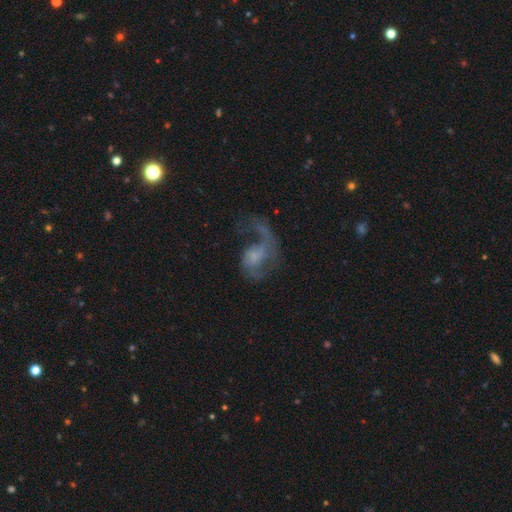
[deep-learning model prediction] smooth-or-featured: featured or disk: 71% | smooth: 20% | star or artifact: 10%
  disk-edge-on: no: 98% | yes: 2%
    bar: no: 63% | weak: 31% | strong: 6%
    has-spiral-arms: yes: 80% | no: 20%
      spiral-winding: loose: 67% | medium: 26% | tight: 7%
      spiral-arm-count: 1: 53% | 2: 37% | can't tell: 6% | 3: 2% | 4: 1% | more than 4: 1%
    bulge-size: none: 38% | small: 34% | moderate: 20% | large: 6% | dominant: 2%
  merging: major disturbance: 49% | none: 30% | minor disturbance: 15% | merger: 5%